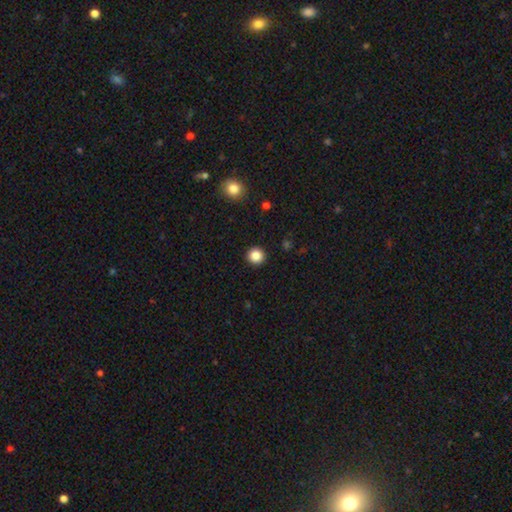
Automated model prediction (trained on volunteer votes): This appears to be a smooth galaxy with no disk features (86%) that is round (95%). Merging: none (93%).